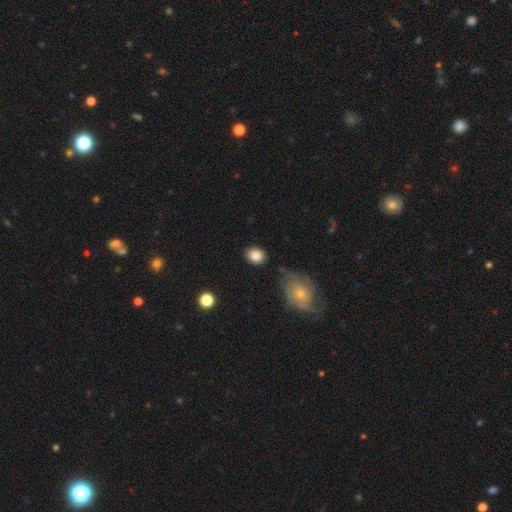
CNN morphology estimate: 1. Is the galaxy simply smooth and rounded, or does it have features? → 87% smooth, 8% star or artifact, 5% featured or disk.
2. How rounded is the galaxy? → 53% in between, 46% round, 1% cigar-shaped.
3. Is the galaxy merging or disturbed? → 82% none, 12% minor disturbance, 3% merger, 3% major disturbance.